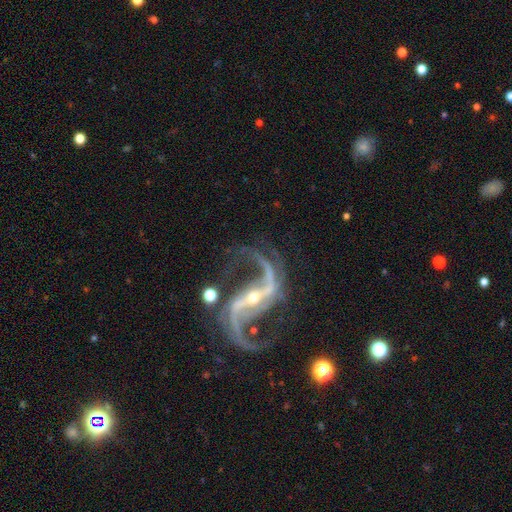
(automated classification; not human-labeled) A featured or disk galaxy (93%) with a strong bar (58%), 2 (94%) loose (64%) spiral arms (98%) and a small central bulge (74%). Merging: none (74%).